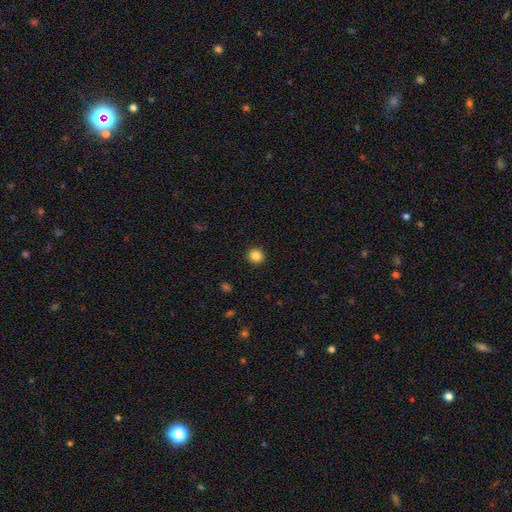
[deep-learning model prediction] The model was most divided on "smooth or featured": smooth: 85%, star or artifact: 11%, featured or disk: 5%. More confident: merging — none (92%); how rounded — round (90%).